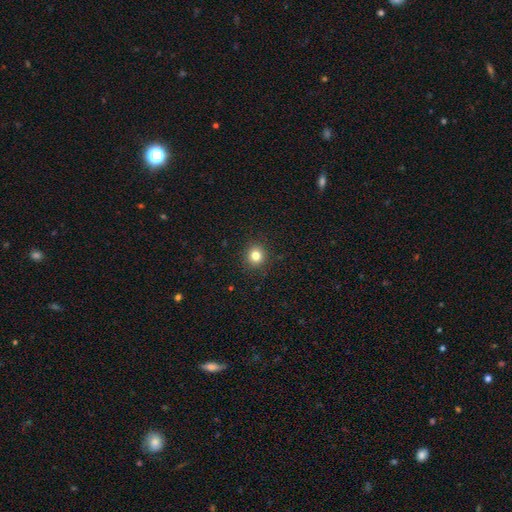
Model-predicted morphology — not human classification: Smooth or featured? Predicted: smooth (p=0.81). How rounded? Predicted: round (p=0.90). Merging? Predicted: none (p=0.92).